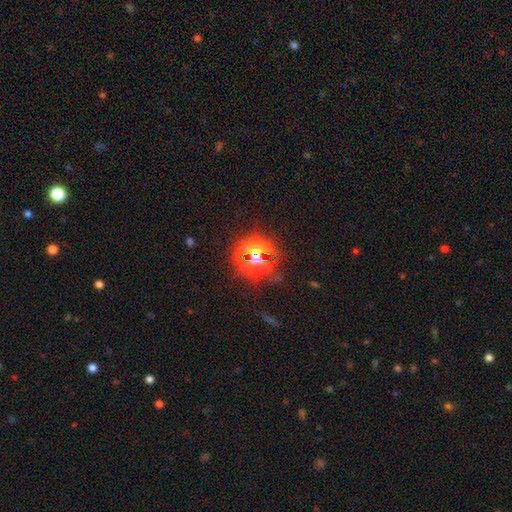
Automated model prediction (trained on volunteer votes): Q: Smooth or featured?
A: star or artifact (67%); runner-up: smooth (24%)